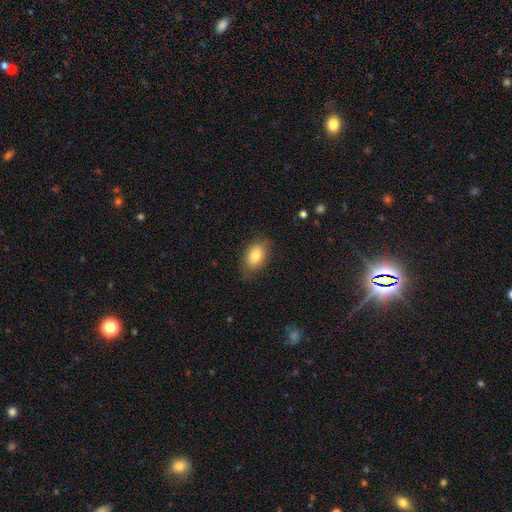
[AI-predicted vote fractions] Smooth or featured? Predicted: smooth (p=0.81). How rounded? Predicted: in between (p=0.86). Merging? Predicted: none (p=0.78).